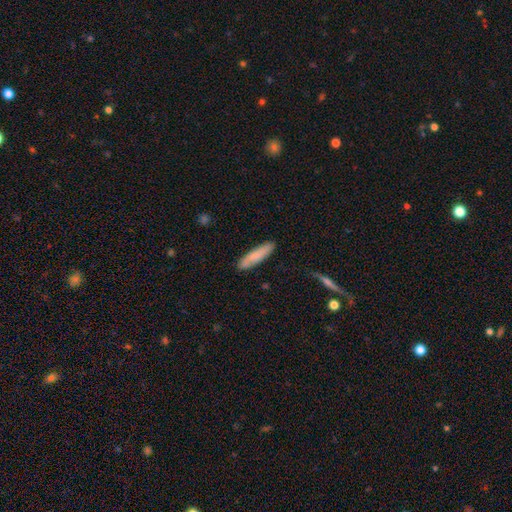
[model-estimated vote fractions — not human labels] Smooth or featured?
  - smooth: 77% *
  - featured or disk: 17%
  - star or artifact: 6%
How rounded?
  - cigar-shaped: 77% *
  - in between: 21%
  - round: 1%
Merging?
  - none: 84% *
  - minor disturbance: 12%
  - major disturbance: 2%
  - merger: 2%